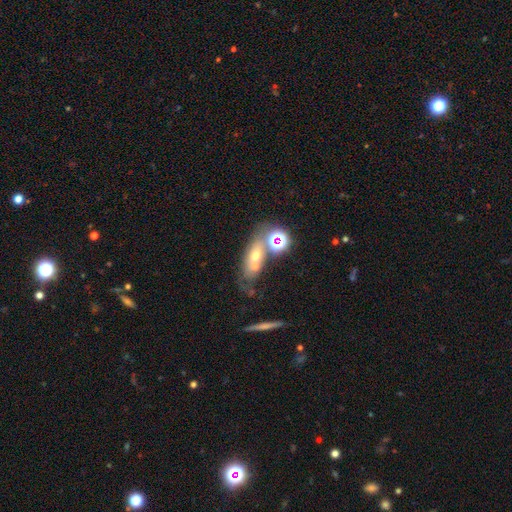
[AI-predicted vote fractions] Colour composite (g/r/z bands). It shows a smooth galaxy with no disk features (45%). Merging: none (42%).